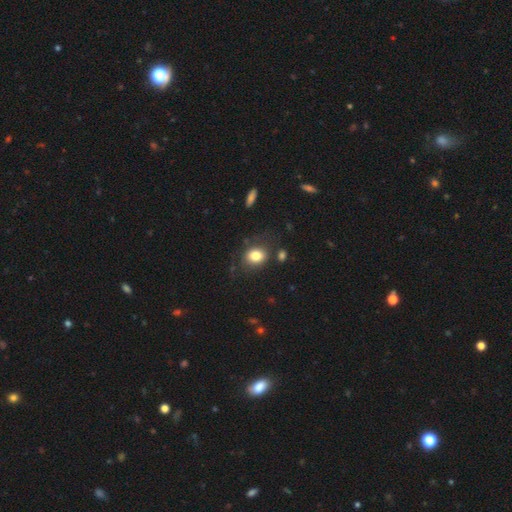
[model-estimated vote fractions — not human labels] Smooth or featured? Predicted: smooth (p=0.81). How rounded? Predicted: in between (p=0.51). Merging? Predicted: none (p=0.76).